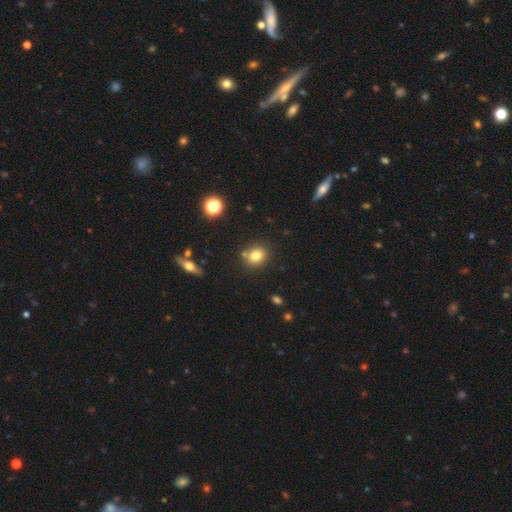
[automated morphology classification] Smooth or featured?
  - smooth: 79% *
  - star or artifact: 12%
  - featured or disk: 9%
How rounded?
  - round: 68% *
  - in between: 31%
  - cigar-shaped: 1%
Merging?
  - none: 75% *
  - minor disturbance: 12%
  - merger: 11%
  - major disturbance: 3%